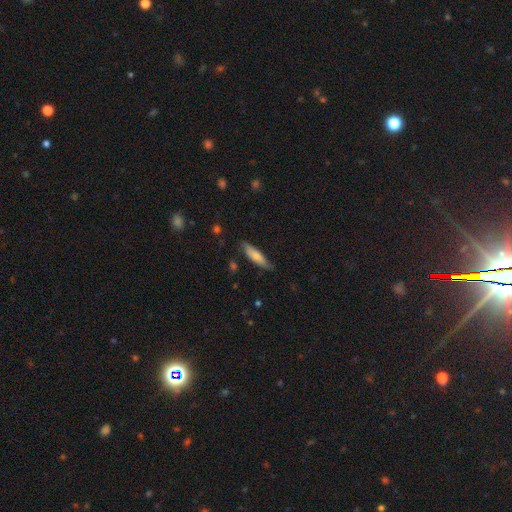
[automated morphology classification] The model was most divided on "how rounded": cigar-shaped: 72%, in between: 27%, round: 2%. More confident: merging — none (79%); smooth or featured — smooth (71%).